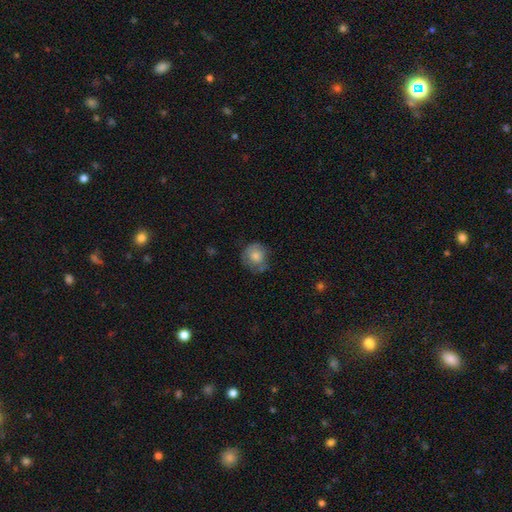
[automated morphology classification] type=smooth (77%); roundness=round (84%); merging=none (59%).